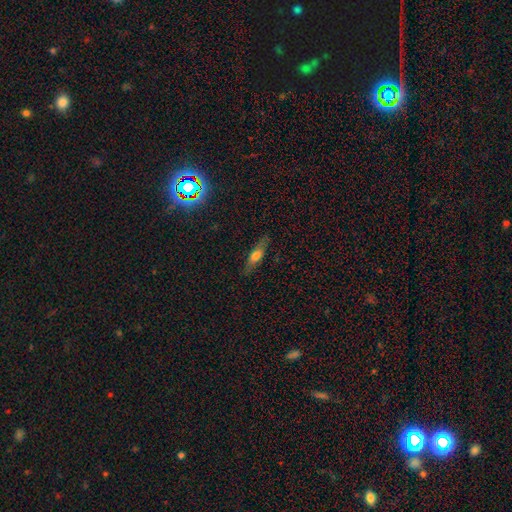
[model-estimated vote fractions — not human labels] Smooth or featured?
  - smooth: 54% *
  - featured or disk: 38%
  - star or artifact: 8%
How rounded?
  - cigar-shaped: 62% *
  - in between: 34%
  - round: 3%
Merging?
  - none: 84% *
  - minor disturbance: 12%
  - major disturbance: 3%
  - merger: 1%